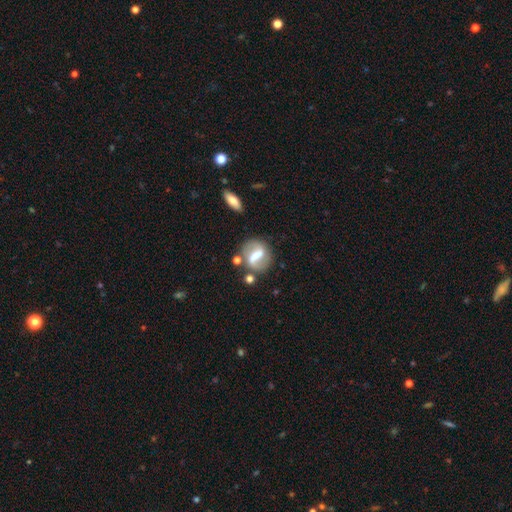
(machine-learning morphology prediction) featured or disk 61%, smooth 31%, star or artifact 8%. Down the decision tree: edge-on disk — no (93%); bar — strong (64%); spiral arms — yes (61%); bulge size — moderate (32%); merging — none (63%).